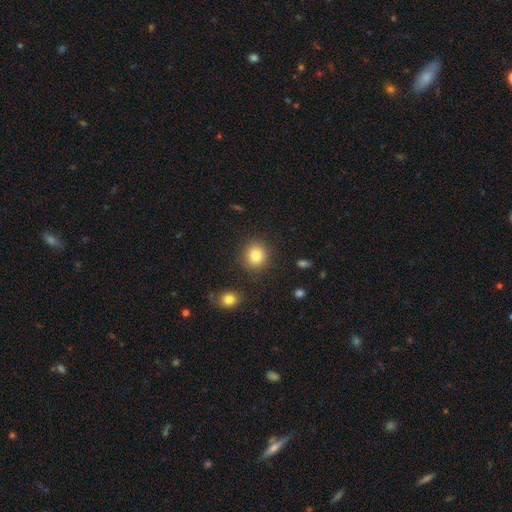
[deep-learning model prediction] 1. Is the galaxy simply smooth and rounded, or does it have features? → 84% smooth, 10% star or artifact, 6% featured or disk.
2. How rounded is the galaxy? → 87% round, 12% in between, 1% cigar-shaped.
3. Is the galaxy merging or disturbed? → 88% none, 7% minor disturbance, 3% major disturbance, 3% merger.